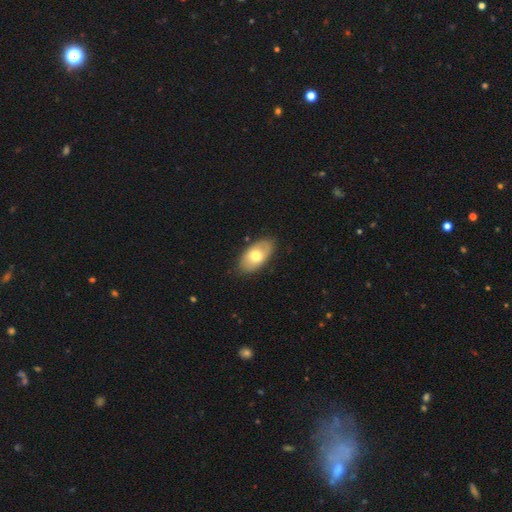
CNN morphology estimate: type=smooth (64%); roundness=in between (93%); merging=none (83%).